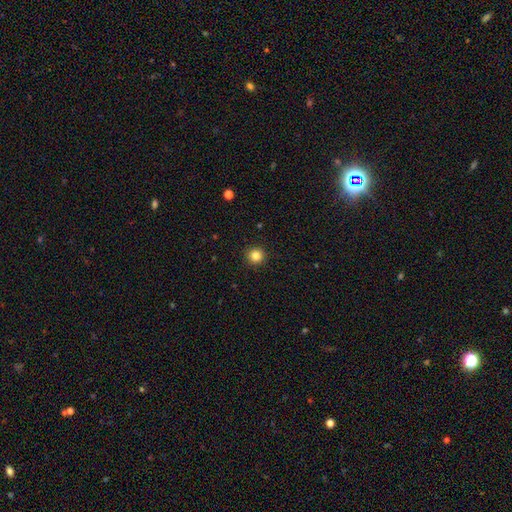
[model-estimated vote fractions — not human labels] Morphology: type=smooth (84%); roundness=round (95%); merging=none (93%).